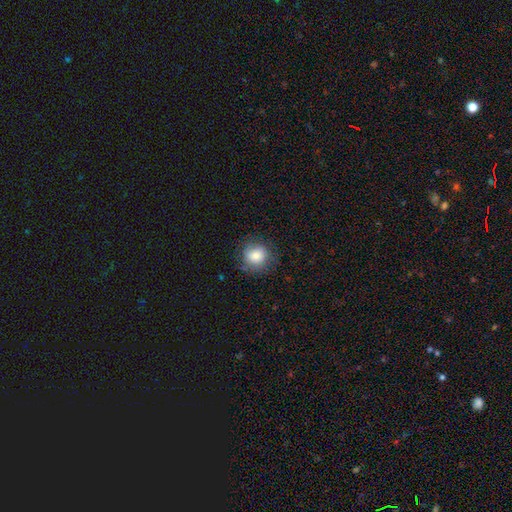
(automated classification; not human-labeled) Smooth or featured?
  - smooth: 80% *
  - featured or disk: 10%
  - star or artifact: 10%
How rounded?
  - round: 87% *
  - in between: 12%
  - cigar-shaped: 1%
Merging?
  - none: 79% *
  - minor disturbance: 15%
  - major disturbance: 5%
  - merger: 1%